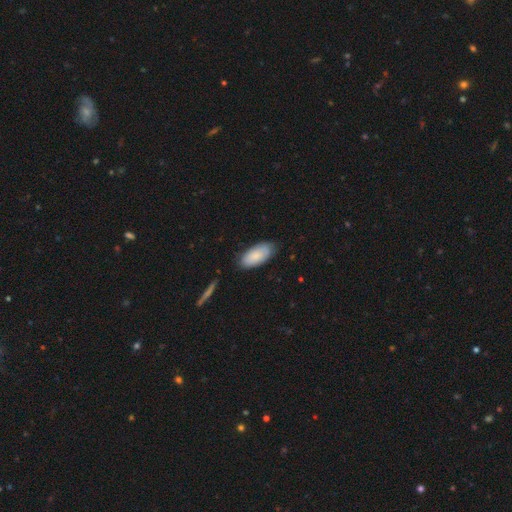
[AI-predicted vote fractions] smooth-or-featured: smooth: 78% | featured or disk: 16% | star or artifact: 6%
  how-rounded: in between: 92% | cigar-shaped: 7% | round: 2%
  merging: none: 74% | minor disturbance: 21% | major disturbance: 4% | merger: 2%